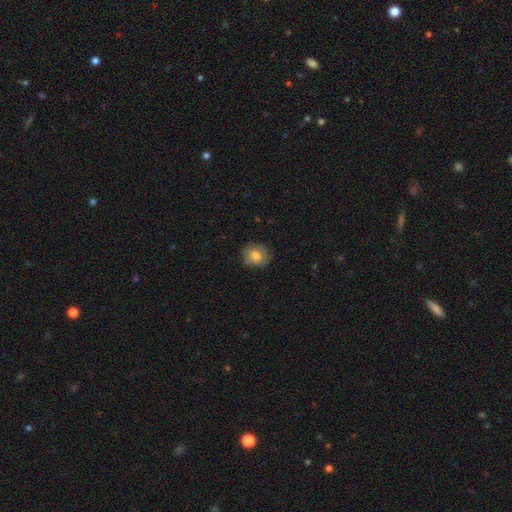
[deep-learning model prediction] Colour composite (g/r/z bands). It shows a smooth galaxy with no disk features (76%) that is round (79%). Merging: none (81%).